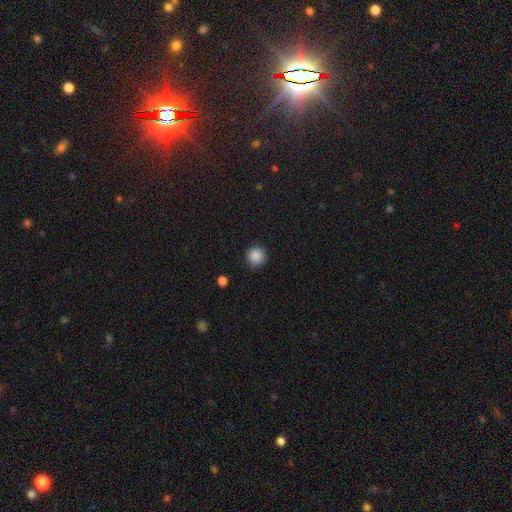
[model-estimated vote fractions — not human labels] Q: Smooth or featured?
A: smooth (87%); runner-up: star or artifact (10%)
Q: How rounded?
A: round (95%); runner-up: in between (4%)
Q: Merging?
A: none (87%); runner-up: minor disturbance (9%)